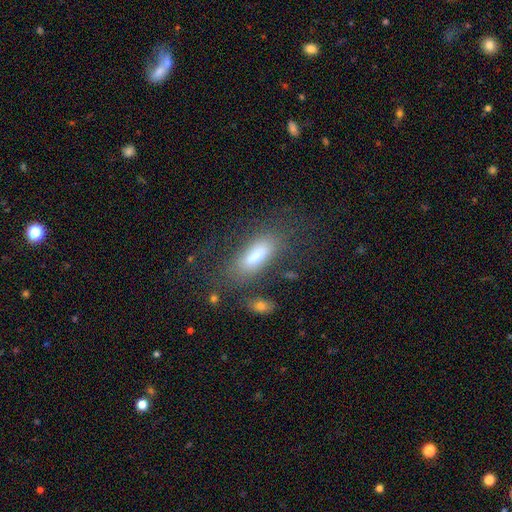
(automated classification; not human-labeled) Morphology: type=smooth (66%); roundness=in between (67%); merging=none (68%).